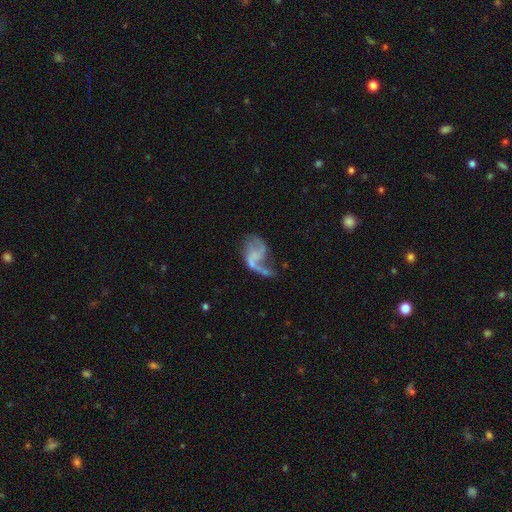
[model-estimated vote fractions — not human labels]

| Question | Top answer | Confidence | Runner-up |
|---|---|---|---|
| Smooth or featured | featured or disk | 75% | smooth (16%) |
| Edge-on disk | no | 98% | yes (2%) |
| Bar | no | 61% | weak (29%) |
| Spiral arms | yes | 81% | no (19%) |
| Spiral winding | loose | 75% | medium (20%) |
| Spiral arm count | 2 | 66% | 1 (22%) |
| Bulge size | none | 71% | small (18%) |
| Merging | major disturbance | 38% | none (32%) |